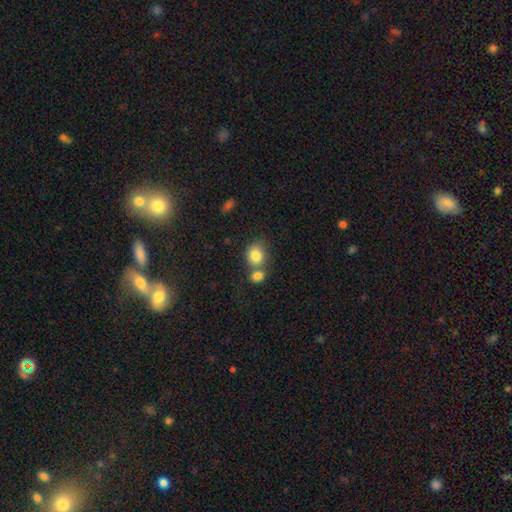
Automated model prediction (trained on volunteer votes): Smooth or featured?
  - smooth: 82% *
  - star or artifact: 9%
  - featured or disk: 8%
How rounded?
  - round: 60% *
  - in between: 39%
  - cigar-shaped: 1%
Merging?
  - none: 43% *
  - merger: 42%
  - minor disturbance: 10%
  - major disturbance: 4%